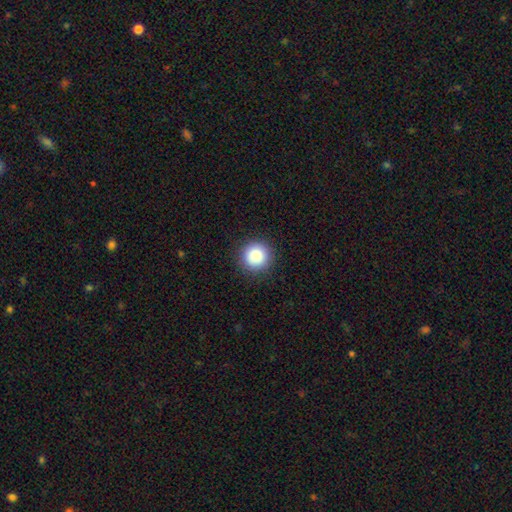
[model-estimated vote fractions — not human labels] smooth-or-featured: smooth: 87% | star or artifact: 9% | featured or disk: 4%
  how-rounded: round: 95% | in between: 4% | cigar-shaped: 1%
  merging: none: 91% | minor disturbance: 6% | major disturbance: 2% | merger: 1%